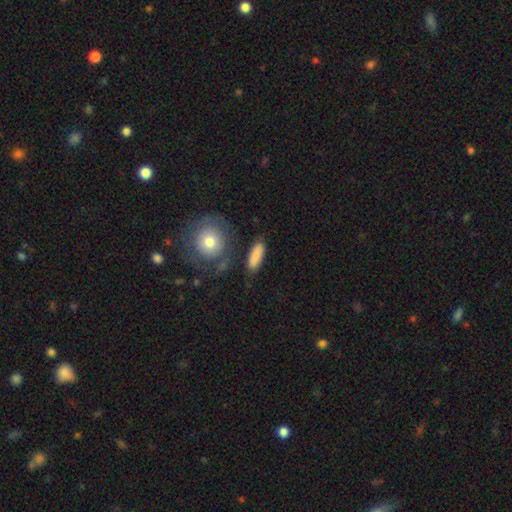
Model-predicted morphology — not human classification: Q: Smooth or featured?
A: smooth (85%); runner-up: featured or disk (8%)
Q: How rounded?
A: in between (52%); runner-up: cigar-shaped (43%)
Q: Merging?
A: none (78%); runner-up: minor disturbance (13%)